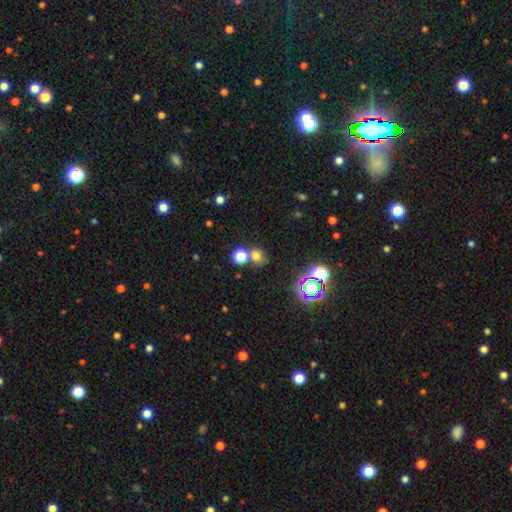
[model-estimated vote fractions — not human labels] A smooth galaxy with no disk features (65%) that is round (74%).

Vote fractions:
- Smooth or featured? smooth: 65% / star or artifact: 27% / featured or disk: 8%
- How rounded? round: 74% / in between: 25% / cigar-shaped: 1%
- Merging? none: 61% / merger: 25% / minor disturbance: 10% / major disturbance: 4%